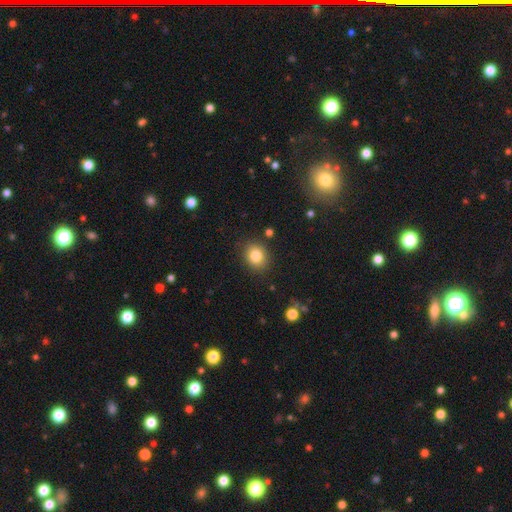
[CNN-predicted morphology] Smooth or featured? smooth (83%)
How rounded? round (64%)
Merging? none (86%)